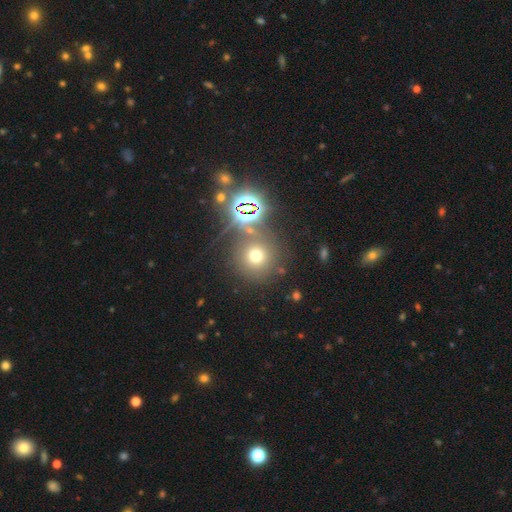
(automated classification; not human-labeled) smooth-or-featured: smooth: 60% | star or artifact: 30% | featured or disk: 10%
  how-rounded: round: 93% | in between: 6% | cigar-shaped: 1%
  merging: none: 76% | merger: 10% | minor disturbance: 8% | major disturbance: 5%